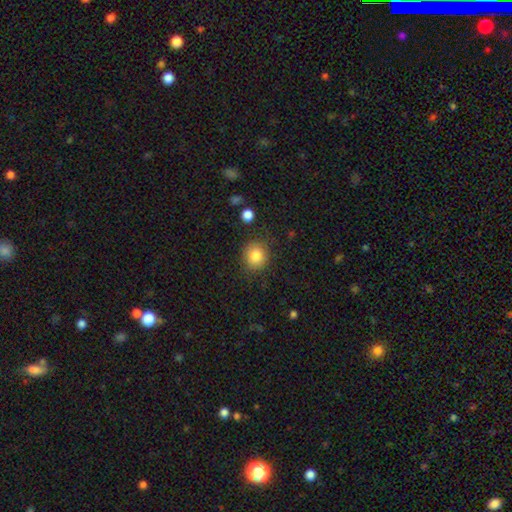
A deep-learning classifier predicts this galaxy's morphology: Smooth or featured? Predicted: smooth (p=0.84). How rounded? Predicted: round (p=0.77). Merging? Predicted: none (p=0.82).